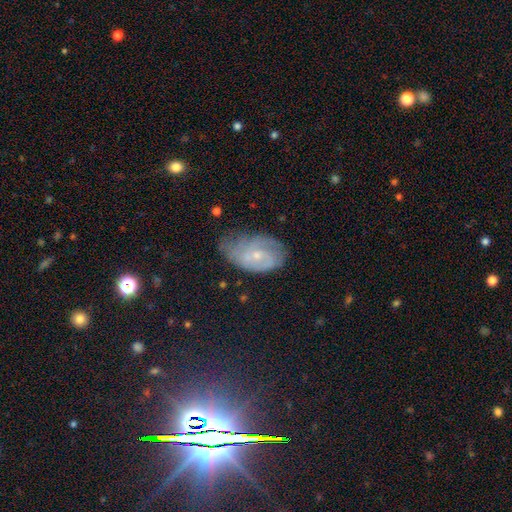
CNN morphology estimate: smooth_or_featured: featured or disk (p=0.67) [alt: smooth p=0.21]
disk_edge_on: no (p=0.96) [alt: yes p=0.04]
bar: no (p=0.57) [alt: weak p=0.36]
has_spiral_arms: yes (p=0.87) [alt: no p=0.13]
spiral_winding: tight (p=0.56) [alt: medium p=0.33]
spiral_arm_count: can't tell (p=0.42) [alt: 2 p=0.29]
bulge_size: small (p=0.69) [alt: moderate p=0.26]
merging: none (p=0.56) [alt: minor disturbance p=0.30]